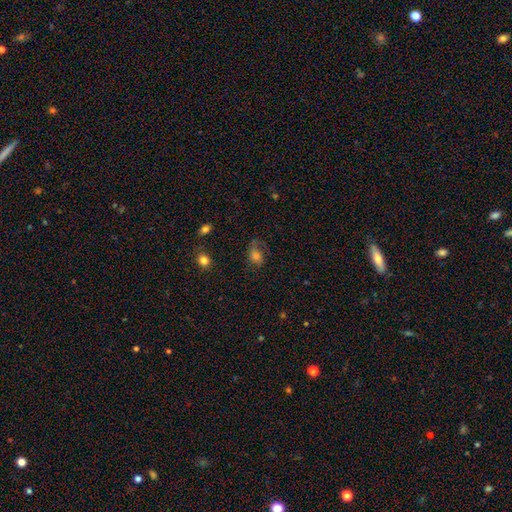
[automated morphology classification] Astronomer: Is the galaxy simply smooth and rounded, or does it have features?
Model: smooth — 56%.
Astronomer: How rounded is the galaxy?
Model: in between — 68%.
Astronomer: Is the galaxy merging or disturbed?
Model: none — 47% (runner-up: minor disturbance, 25%).